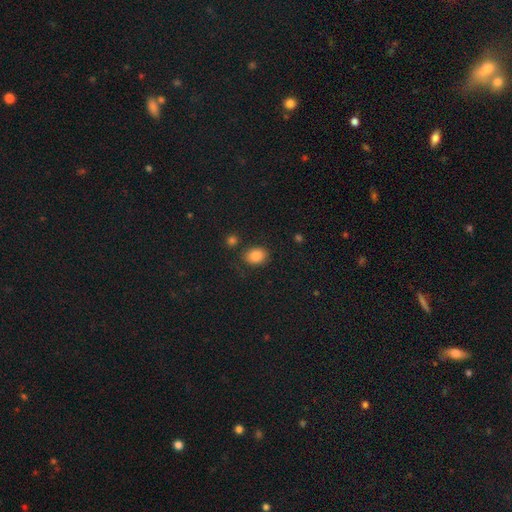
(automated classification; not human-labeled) smooth-or-featured: smooth: 85% | star or artifact: 9% | featured or disk: 5%
  how-rounded: in between: 59% | round: 40% | cigar-shaped: 1%
  merging: none: 79% | minor disturbance: 12% | merger: 5% | major disturbance: 4%